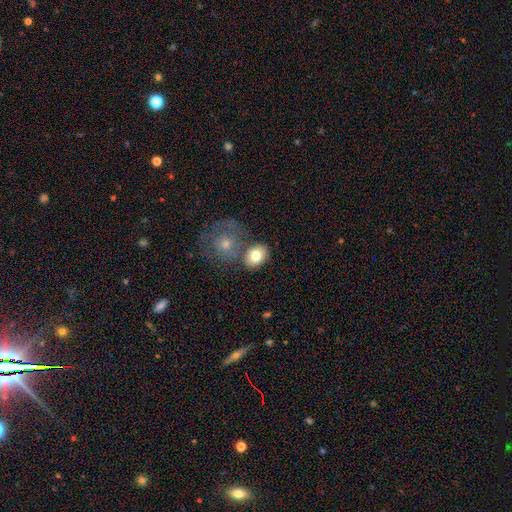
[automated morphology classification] smooth 78%, featured or disk 13%, star or artifact 9%. Down the decision tree: how rounded — in between (53%); merging — none (62%).